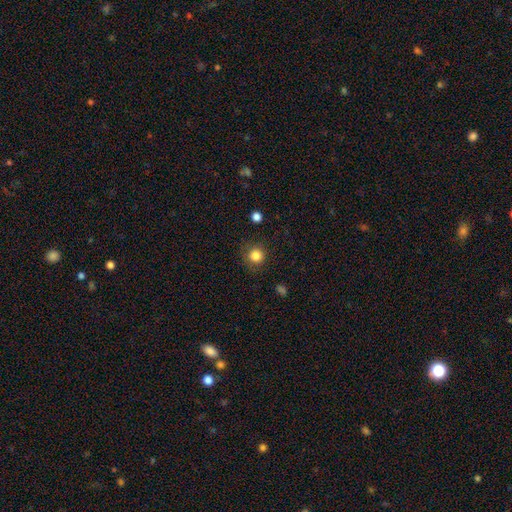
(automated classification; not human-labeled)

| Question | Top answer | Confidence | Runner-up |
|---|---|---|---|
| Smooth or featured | smooth | 84% | star or artifact (11%) |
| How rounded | round | 93% | in between (6%) |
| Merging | none | 85% | minor disturbance (10%) |